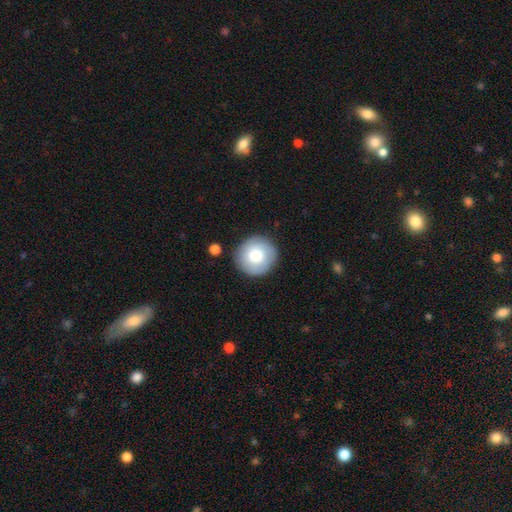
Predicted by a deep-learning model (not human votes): smooth 76%, featured or disk 17%, star or artifact 7%. Down the decision tree: how rounded — round (94%); merging — none (87%).